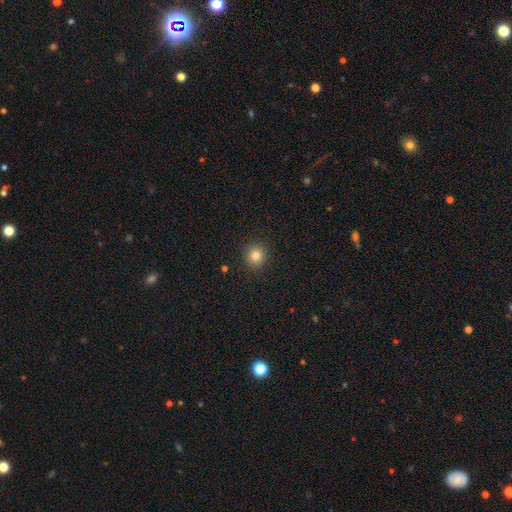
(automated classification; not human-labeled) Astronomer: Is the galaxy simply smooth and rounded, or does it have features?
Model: smooth — 82%.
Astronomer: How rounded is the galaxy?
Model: round — 91%.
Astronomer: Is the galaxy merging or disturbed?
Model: none — 91%.